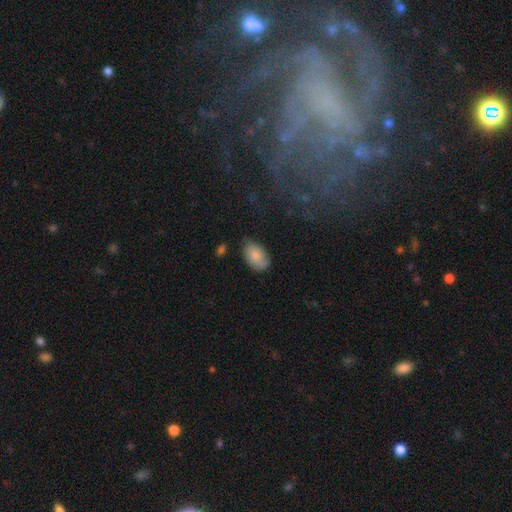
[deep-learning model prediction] Smooth or featured: smooth — 80% (featured or disk — 13%)
How rounded: in between — 92% (round — 7%)
Merging: none — 66% (minor disturbance — 27%)